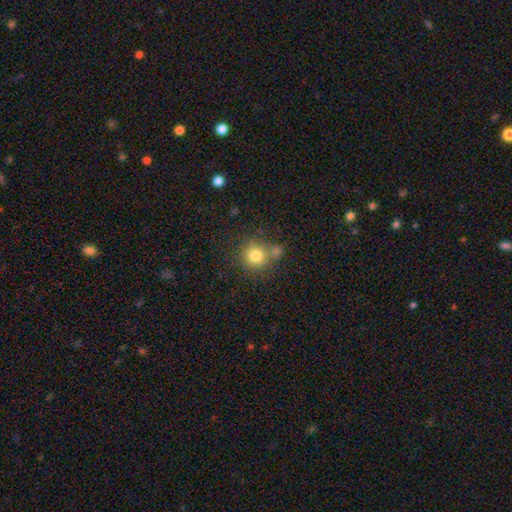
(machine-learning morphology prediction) The model was most divided on "merging": none: 61%, merger: 23%, minor disturbance: 11%, major disturbance: 4%. More confident: how rounded — round (91%); smooth or featured — smooth (79%).